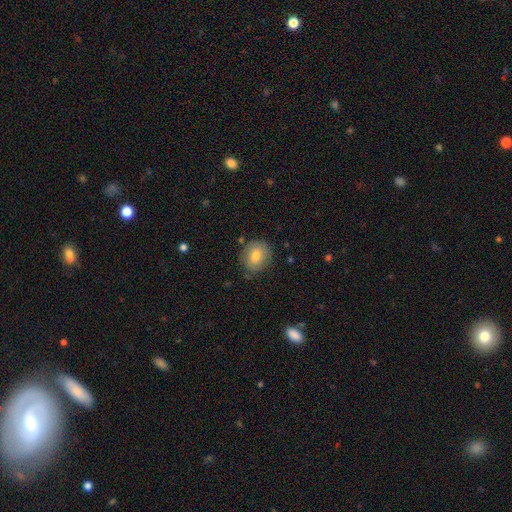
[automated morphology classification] smooth_or_featured: smooth (p=0.75) [alt: featured or disk p=0.16]
how_rounded: round (p=0.69) [alt: in between p=0.30]
merging: none (p=0.77) [alt: minor disturbance p=0.17]